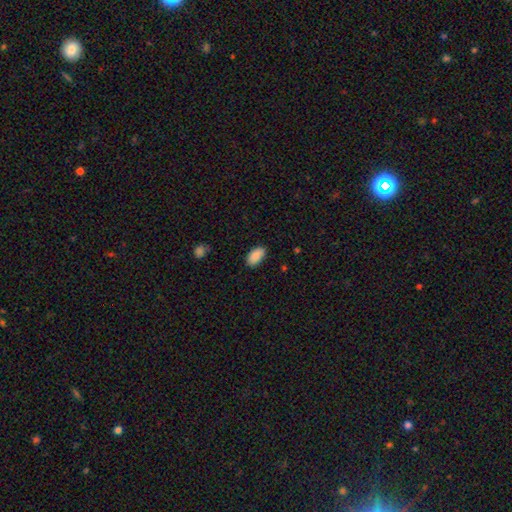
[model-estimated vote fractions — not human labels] This appears to be a smooth galaxy with no disk features (90%) that is in between round and cigar-shaped (95%). Merging: none (85%).